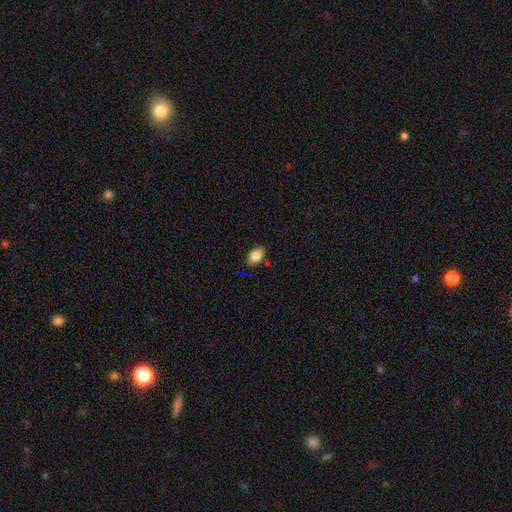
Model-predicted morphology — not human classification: Overall: smooth (83%). How rounded: in between (91%). Merging: none (82%).